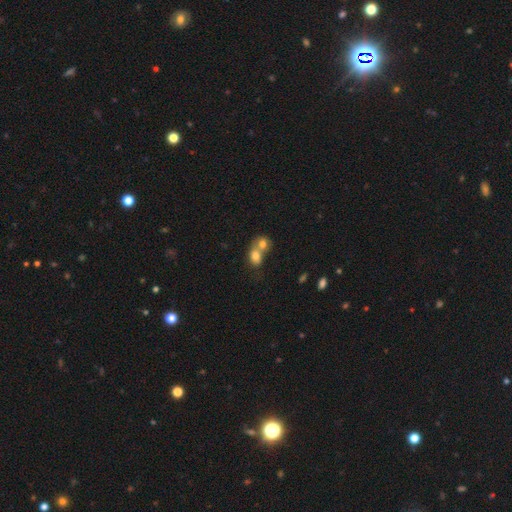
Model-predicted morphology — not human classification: smooth-or-featured: smooth: 75% | featured or disk: 16% | star or artifact: 9%
  how-rounded: in between: 52% | round: 46% | cigar-shaped: 1%
  merging: merger: 72% | none: 18% | minor disturbance: 6% | major disturbance: 3%